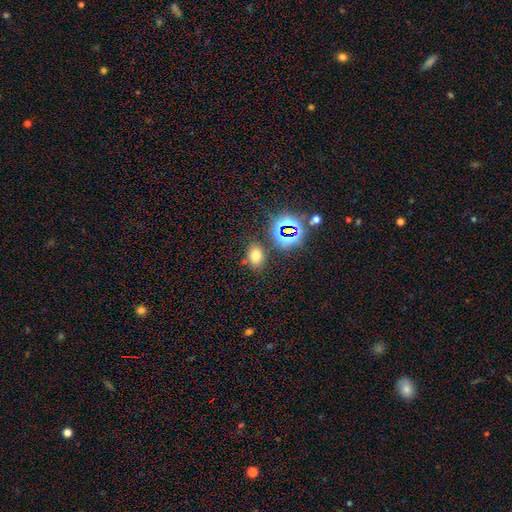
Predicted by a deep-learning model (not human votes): smooth-or-featured: smooth: 66% | star or artifact: 25% | featured or disk: 9%
  how-rounded: in between: 67% | round: 32% | cigar-shaped: 1%
  merging: none: 79% | minor disturbance: 11% | merger: 5% | major disturbance: 4%